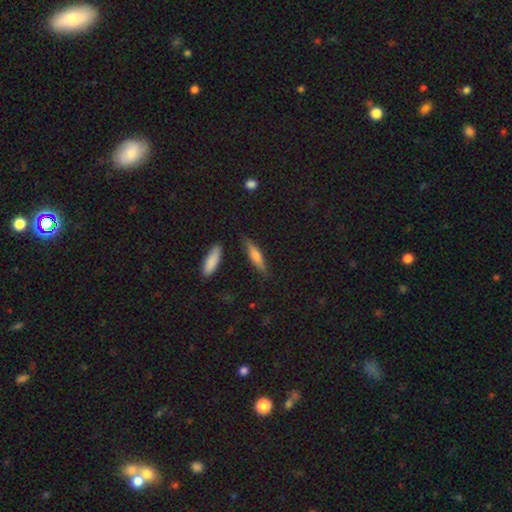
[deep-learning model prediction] Smooth or featured? Predicted: smooth (p=0.62). How rounded? Predicted: cigar-shaped (p=0.75). Merging? Predicted: none (p=0.81).